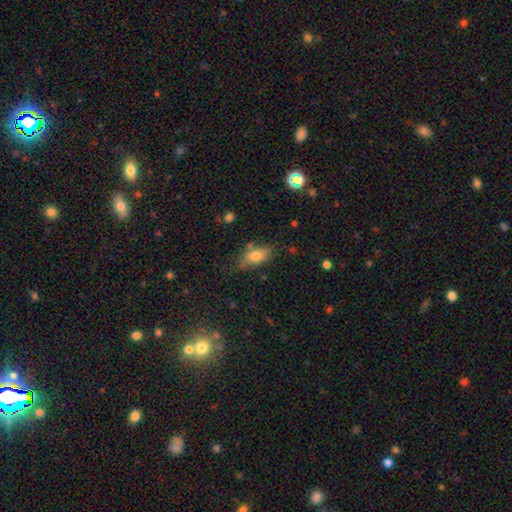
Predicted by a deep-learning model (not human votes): This appears to be a smooth galaxy with no disk features (74%) that is in between round and cigar-shaped (82%). Merging: none (63%).